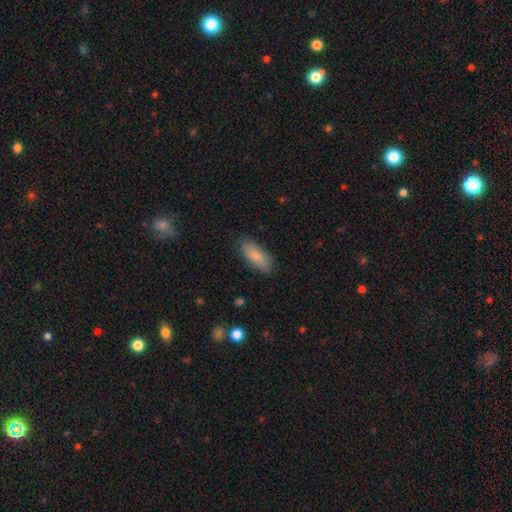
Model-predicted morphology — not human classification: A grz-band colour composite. It shows a smooth galaxy with no disk features (82%) that is in between round and cigar-shaped (80%). Merging: none (85%).